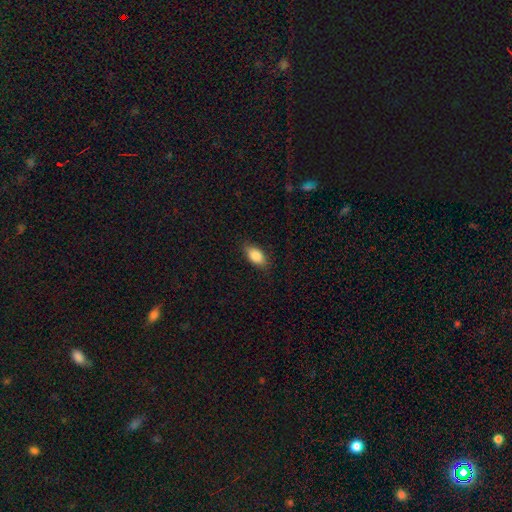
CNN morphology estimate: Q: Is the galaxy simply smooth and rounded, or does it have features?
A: smooth — 85%.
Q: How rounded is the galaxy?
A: in between — 89%.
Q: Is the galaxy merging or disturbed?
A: none — 84%.